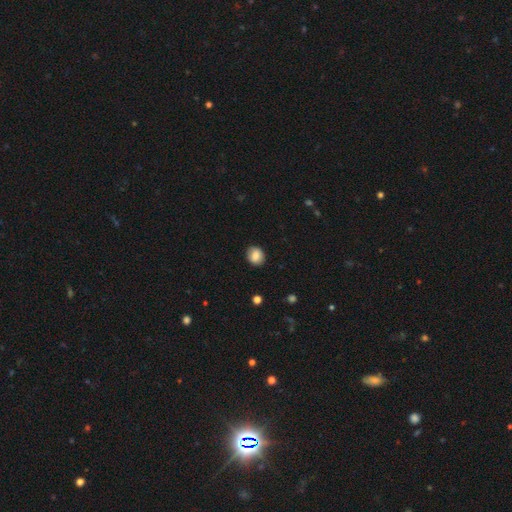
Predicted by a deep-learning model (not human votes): smooth 83%, featured or disk 9%, star or artifact 8%. Down the decision tree: how rounded — round (68%); merging — none (87%).